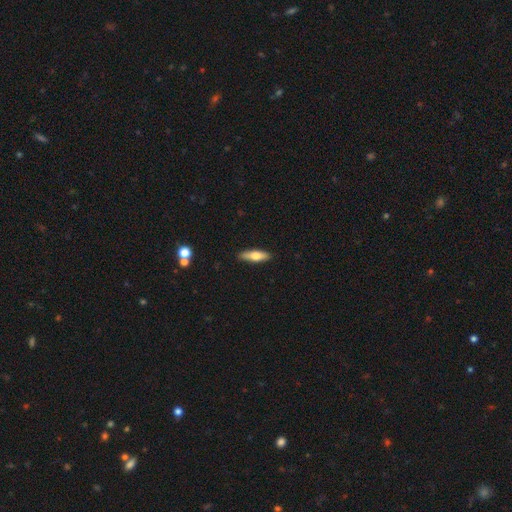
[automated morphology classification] Smooth or featured? Predicted: smooth (p=0.60). How rounded? Predicted: cigar-shaped (p=0.58). Merging? Predicted: none (p=0.88).